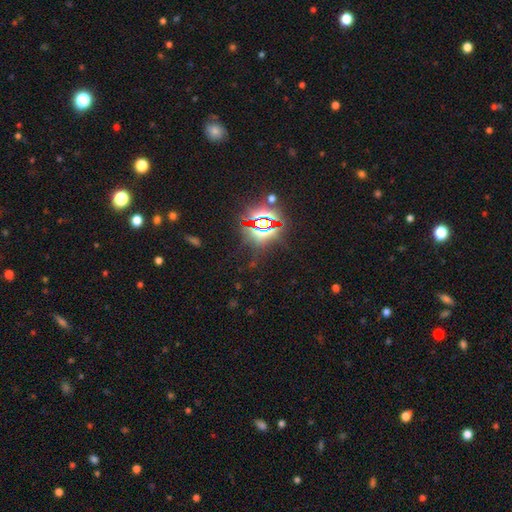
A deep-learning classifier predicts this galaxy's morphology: Q: Smooth or featured?
A: star or artifact (84%); runner-up: smooth (9%)